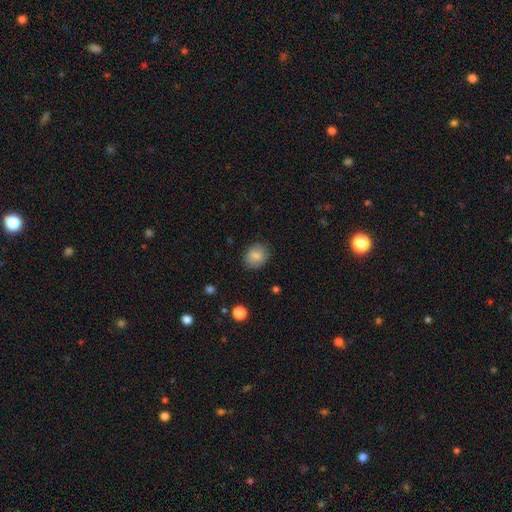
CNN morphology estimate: A smooth galaxy with no disk features (83%) that is round (62%). Merging: none (85%).